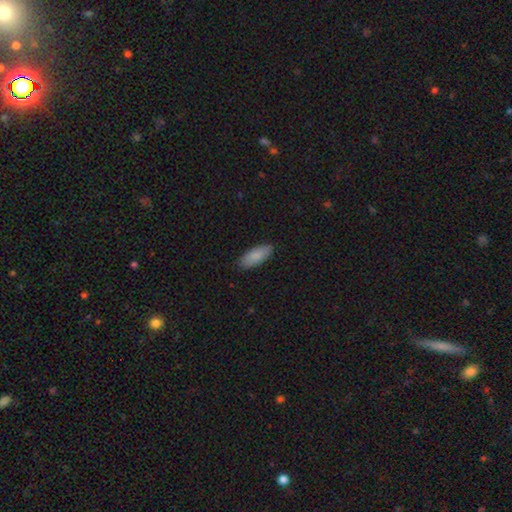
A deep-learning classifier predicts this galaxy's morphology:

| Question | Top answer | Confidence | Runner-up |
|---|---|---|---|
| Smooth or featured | smooth | 88% | featured or disk (7%) |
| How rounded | in between | 80% | cigar-shaped (18%) |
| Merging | none | 87% | minor disturbance (10%) |